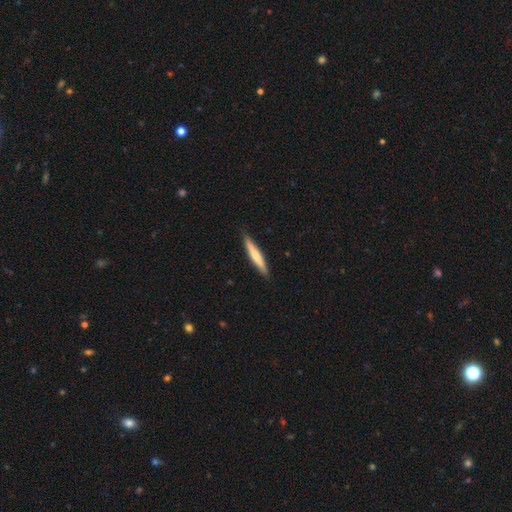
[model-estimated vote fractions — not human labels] Smooth or featured? smooth (58%)
How rounded? cigar-shaped (91%)
Merging? none (89%)